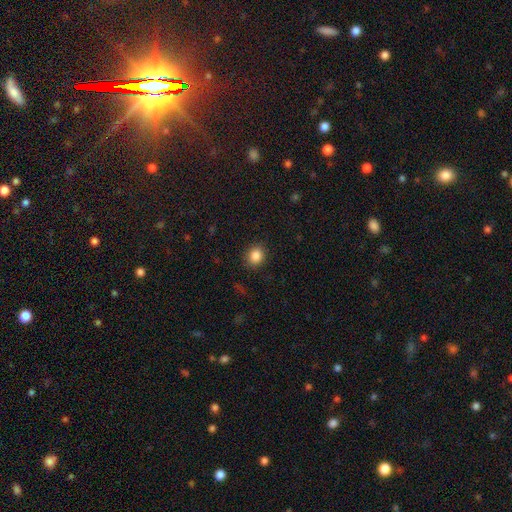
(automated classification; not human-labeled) smooth 86%, star or artifact 10%, featured or disk 4%. Down the decision tree: how rounded — round (74%); merging — none (89%).